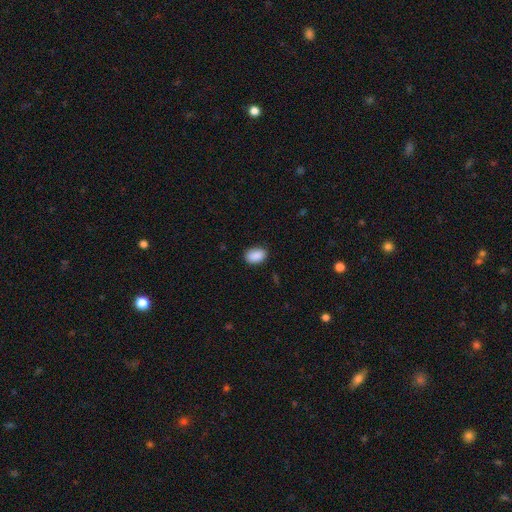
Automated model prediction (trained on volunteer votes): Smooth or featured? smooth (90%)
How rounded? in between (83%)
Merging? none (84%)